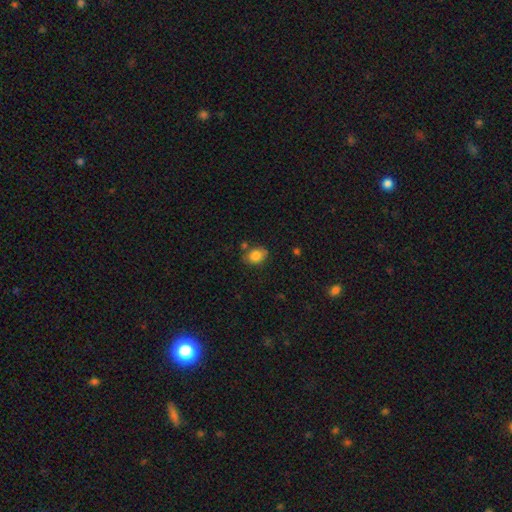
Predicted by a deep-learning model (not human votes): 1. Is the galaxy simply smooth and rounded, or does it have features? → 83% smooth, 9% star or artifact, 8% featured or disk.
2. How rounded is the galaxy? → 56% in between, 43% round, 1% cigar-shaped.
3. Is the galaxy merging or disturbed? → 69% none, 19% minor disturbance, 7% merger, 5% major disturbance.